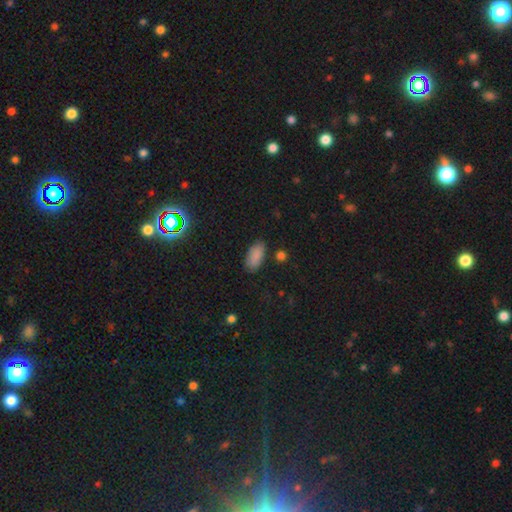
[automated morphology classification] smooth_or_featured: smooth (p=0.87) [alt: star or artifact p=0.08]
how_rounded: in between (p=0.90) [alt: cigar-shaped p=0.08]
merging: none (p=0.80) [alt: minor disturbance p=0.14]